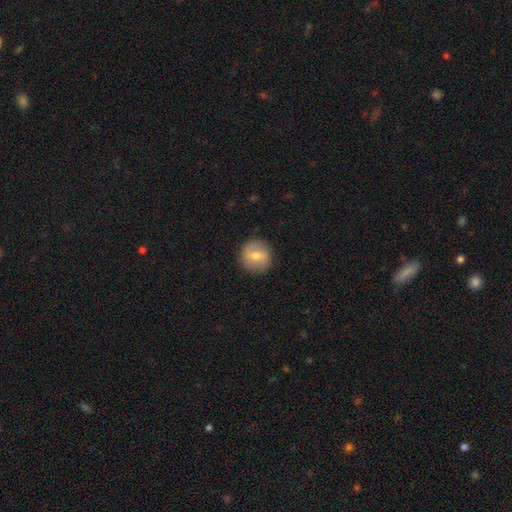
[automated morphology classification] type=smooth (55%); roundness=round (93%); merging=none (89%).